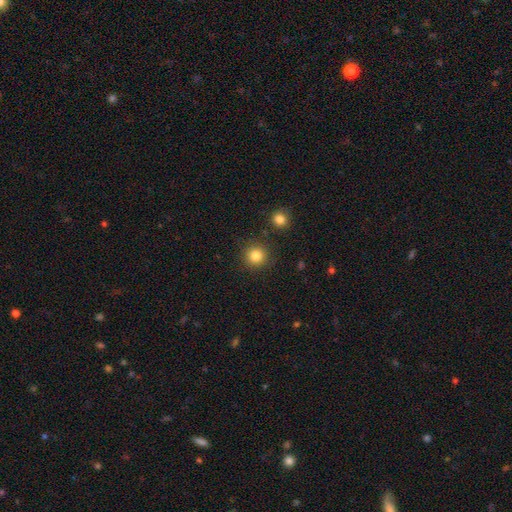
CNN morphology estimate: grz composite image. It shows a smooth galaxy with no disk features (85%) that is round (93%). Merging: none (87%).